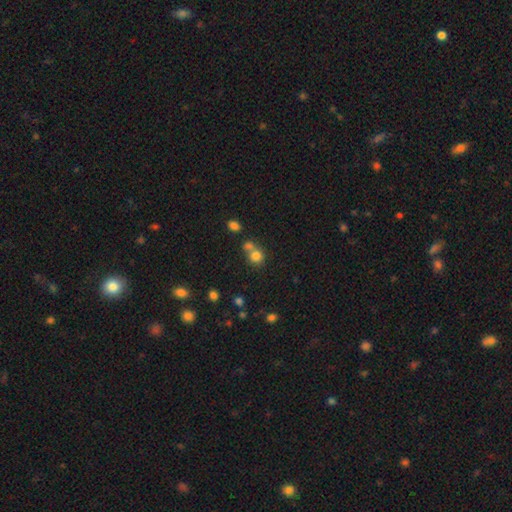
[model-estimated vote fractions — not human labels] Overall: smooth (78%). How rounded: round (82%). Merging: none (46%; merger 43%).